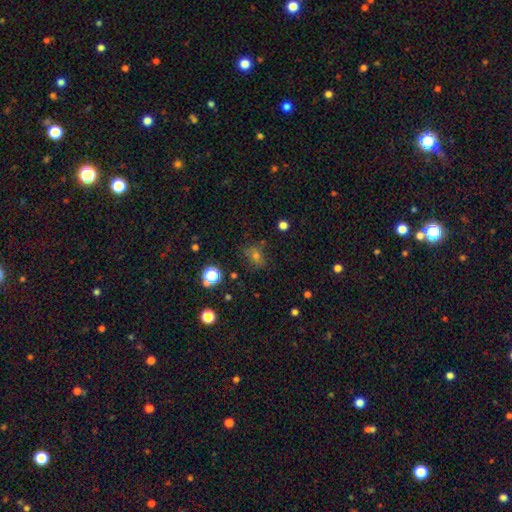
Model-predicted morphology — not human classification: smooth_or_featured: smooth (p=0.52) [alt: star or artifact p=0.33]
how_rounded: round (p=0.58) [alt: in between p=0.40]
merging: none (p=0.72) [alt: minor disturbance p=0.17]